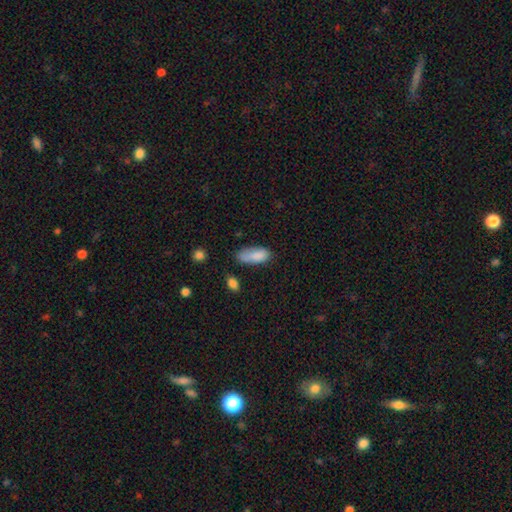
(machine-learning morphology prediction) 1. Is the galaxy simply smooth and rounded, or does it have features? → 85% smooth, 8% star or artifact, 7% featured or disk.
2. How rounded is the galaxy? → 82% in between, 16% cigar-shaped, 2% round.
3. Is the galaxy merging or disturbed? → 52% none, 32% minor disturbance, 10% major disturbance, 5% merger.